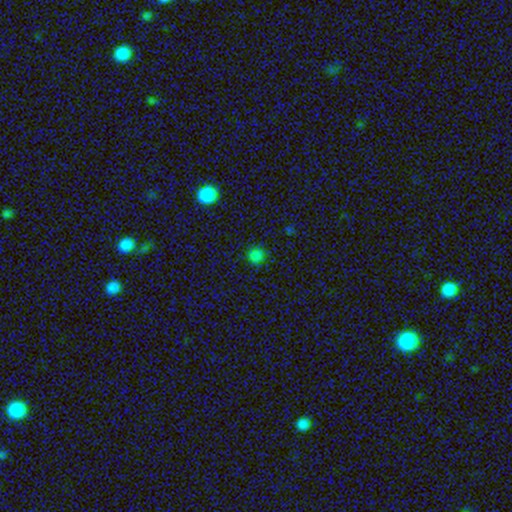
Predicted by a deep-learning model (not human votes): A smooth galaxy with no disk features (66%) that is round (90%).

Vote fractions:
- Smooth or featured? smooth: 66% / star or artifact: 29% / featured or disk: 5%
- How rounded? round: 90% / in between: 9% / cigar-shaped: 1%
- Merging? none: 85% / minor disturbance: 9% / major disturbance: 4% / merger: 2%